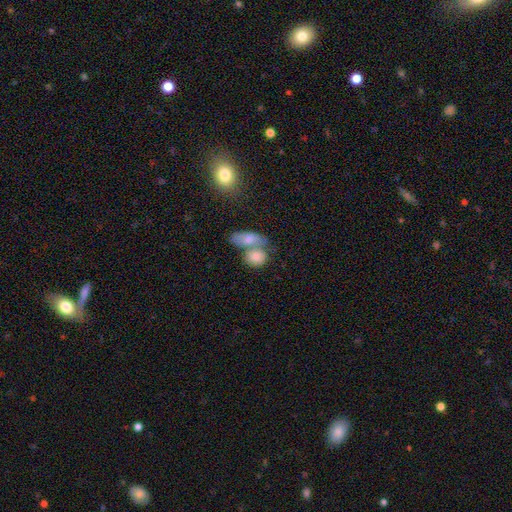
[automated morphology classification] smooth-or-featured: smooth: 61% | featured or disk: 25% | star or artifact: 14%
  how-rounded: in between: 62% | round: 32% | cigar-shaped: 6%
  merging: merger: 49% | none: 35% | minor disturbance: 11% | major disturbance: 6%